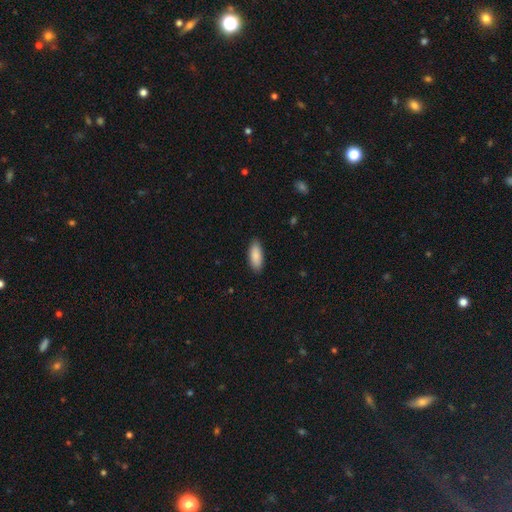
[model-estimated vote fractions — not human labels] The model was most divided on "how rounded": in between: 80%, cigar-shaped: 19%, round: 2%. More confident: smooth or featured — smooth (89%); merging — none (88%).